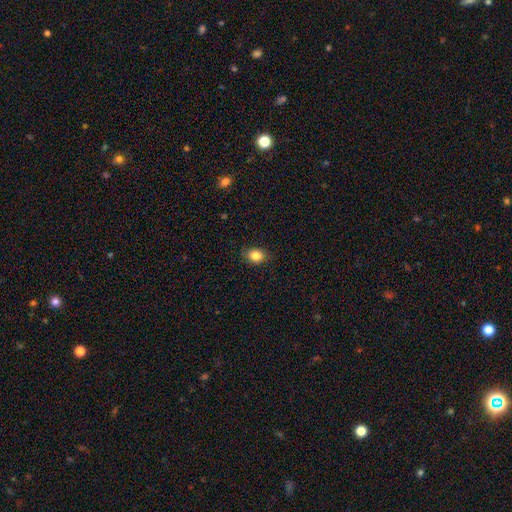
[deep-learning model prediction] smooth-or-featured: smooth: 84% | star or artifact: 10% | featured or disk: 6%
  how-rounded: in between: 52% | round: 47% | cigar-shaped: 1%
  merging: none: 85% | minor disturbance: 12% | major disturbance: 2% | merger: 1%